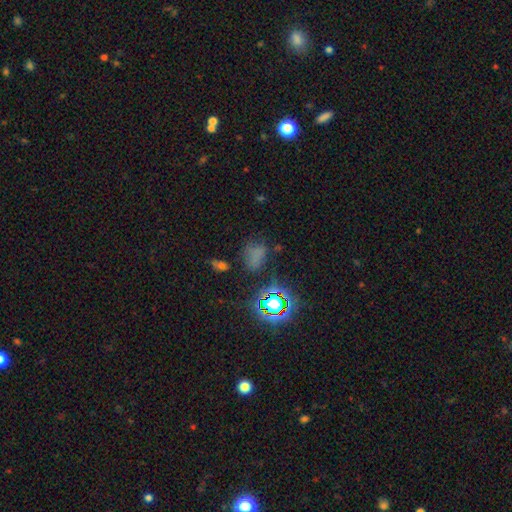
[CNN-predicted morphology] The model was most divided on "smooth or featured": smooth: 54%, star or artifact: 36%, featured or disk: 11%. More confident: how rounded — in between (68%); merging — none (56%).